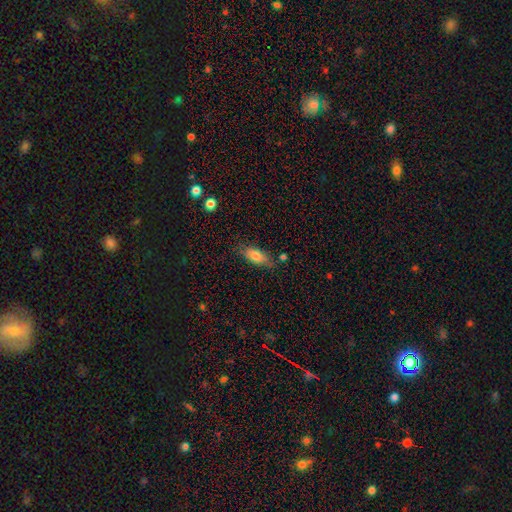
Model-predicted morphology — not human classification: Smooth or featured: smooth — 76% (featured or disk — 16%)
How rounded: in between — 81% (cigar-shaped — 15%)
Merging: none — 72% (minor disturbance — 19%)